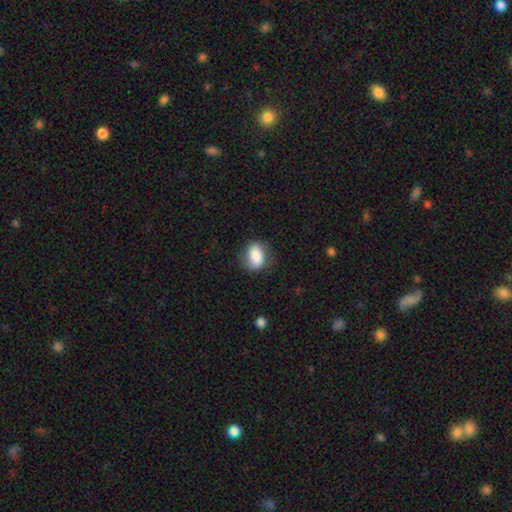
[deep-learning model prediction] Q: Smooth or featured?
A: smooth (74%); runner-up: featured or disk (18%)
Q: How rounded?
A: in between (68%); runner-up: round (31%)
Q: Merging?
A: none (71%); runner-up: minor disturbance (20%)